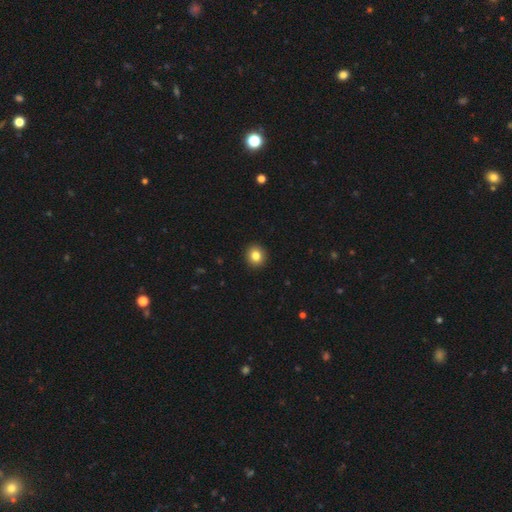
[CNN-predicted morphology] smooth 83%, star or artifact 10%, featured or disk 7%. Down the decision tree: how rounded — round (84%); merging — none (93%).